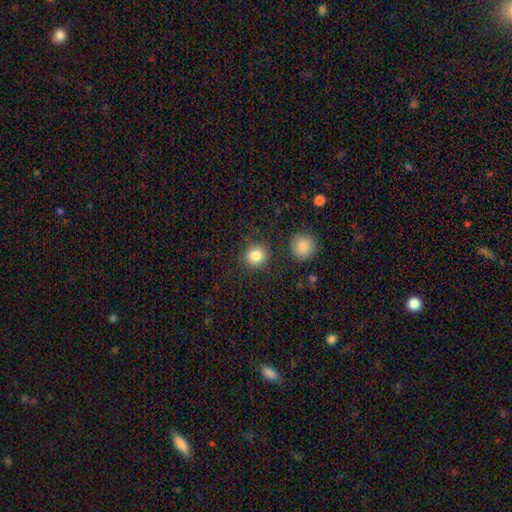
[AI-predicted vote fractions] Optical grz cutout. It shows a smooth galaxy with no disk features (84%) that is round (86%). Merging: none (84%).